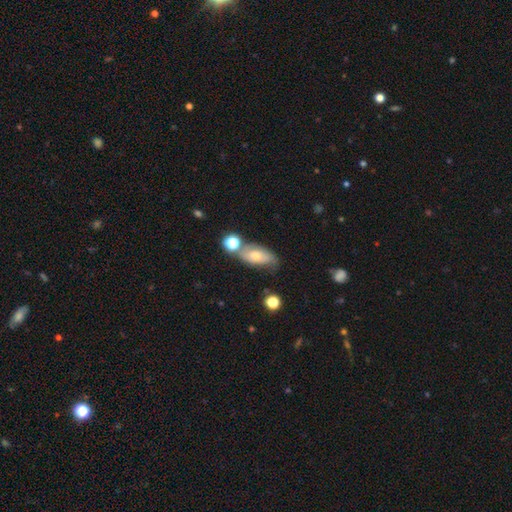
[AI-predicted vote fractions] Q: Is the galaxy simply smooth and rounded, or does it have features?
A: smooth — 50%.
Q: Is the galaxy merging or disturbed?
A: none — 46%.